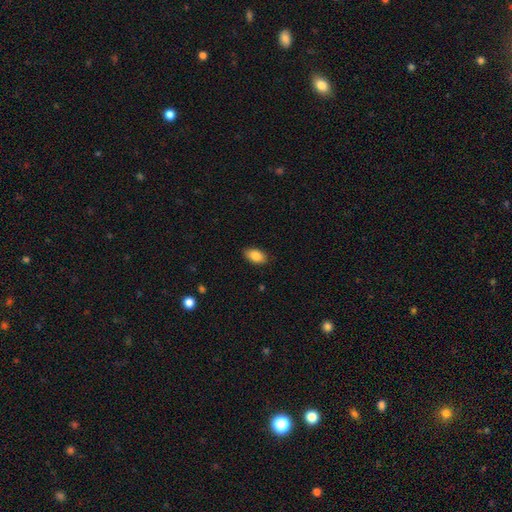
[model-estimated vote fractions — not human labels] smooth_or_featured: smooth (p=0.86) [alt: star or artifact p=0.07]
how_rounded: in between (p=0.93) [alt: round p=0.05]
merging: none (p=0.87) [alt: minor disturbance p=0.10]